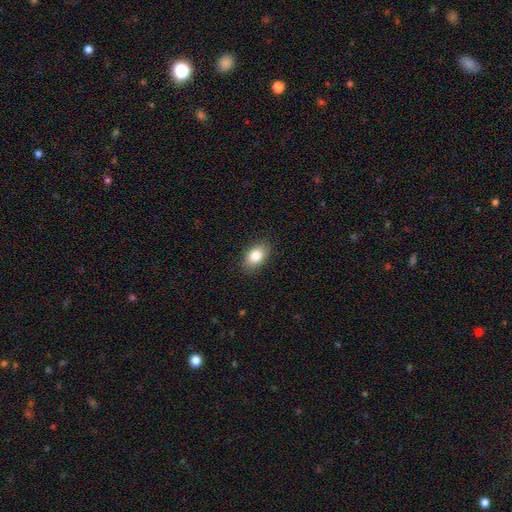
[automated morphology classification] Q: Smooth or featured?
A: smooth (83%); runner-up: featured or disk (9%)
Q: How rounded?
A: in between (87%); runner-up: round (11%)
Q: Merging?
A: none (88%); runner-up: minor disturbance (9%)